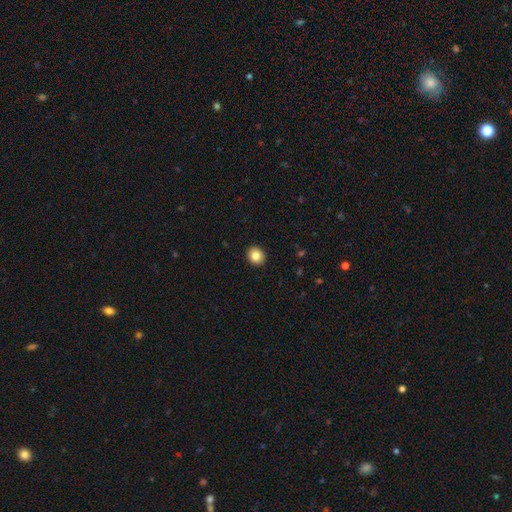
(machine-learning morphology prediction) The model was most divided on "how rounded": round: 74%, in between: 25%, cigar-shaped: 1%. More confident: merging — none (92%); smooth or featured — smooth (84%).